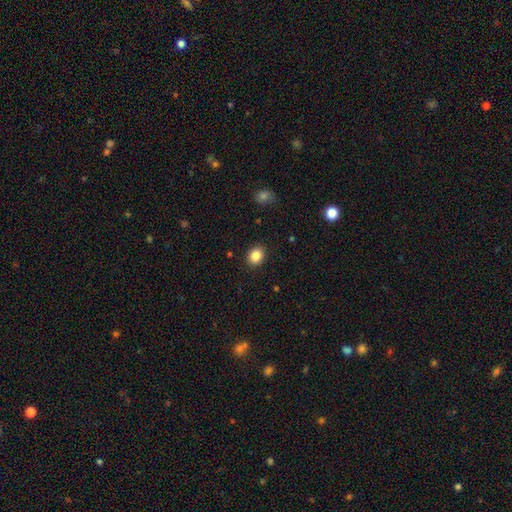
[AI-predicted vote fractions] A smooth galaxy with no disk features (85%) that is round (58%).

Vote fractions:
- Smooth or featured? smooth: 85% / star or artifact: 10% / featured or disk: 5%
- How rounded? round: 58% / in between: 41% / cigar-shaped: 1%
- Merging? none: 90% / minor disturbance: 7% / major disturbance: 2% / merger: 1%